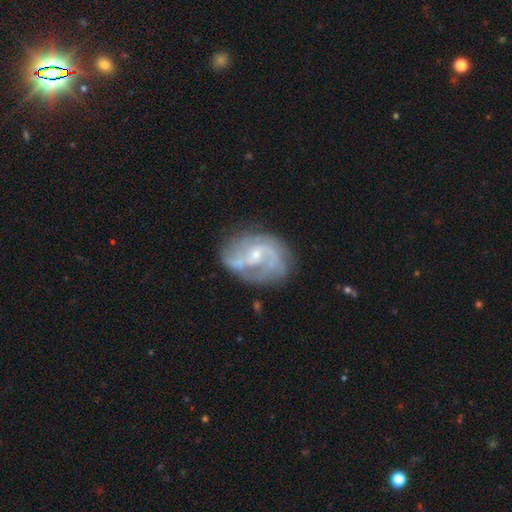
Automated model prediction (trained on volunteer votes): This appears to be a featured or disk galaxy (85%) with a weak bar (48%), 2 (63%) medium (50%) spiral arms (93%) and a small central bulge (69%). Merging: none (61%).